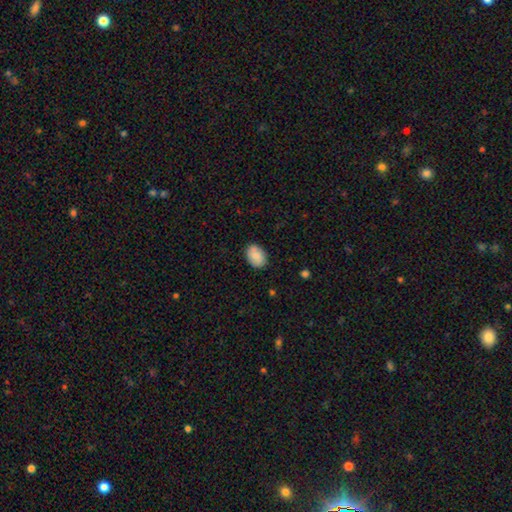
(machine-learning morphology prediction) smooth_or_featured: smooth (p=0.81) [alt: featured or disk p=0.12]
how_rounded: in between (p=0.79) [alt: round p=0.20]
merging: none (p=0.84) [alt: minor disturbance p=0.13]